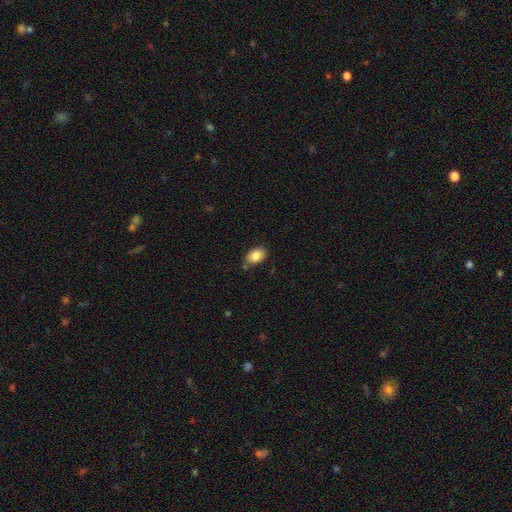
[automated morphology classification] type=smooth (85%); roundness=in between (84%); merging=none (72%).